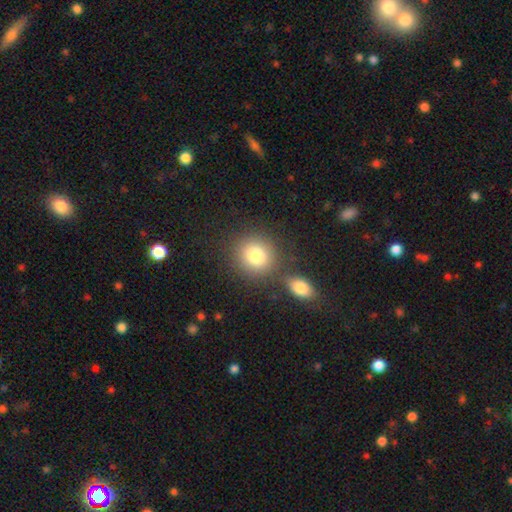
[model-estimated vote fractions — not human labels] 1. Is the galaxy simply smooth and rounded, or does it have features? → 81% smooth, 10% star or artifact, 9% featured or disk.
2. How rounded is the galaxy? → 84% round, 15% in between, 1% cigar-shaped.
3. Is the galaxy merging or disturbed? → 71% none, 16% merger, 9% minor disturbance, 4% major disturbance.